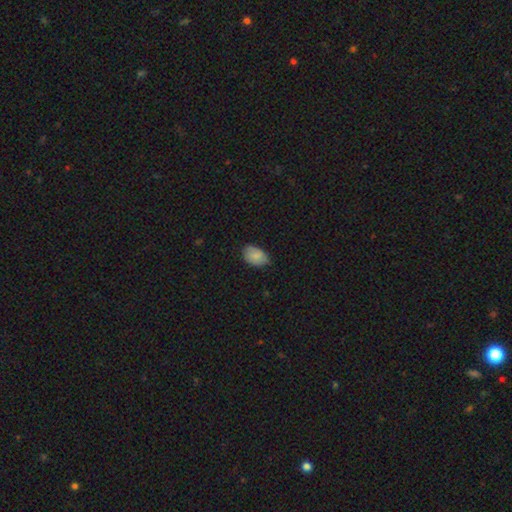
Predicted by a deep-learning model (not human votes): Smooth or featured: smooth — 83% (featured or disk — 10%)
How rounded: in between — 87% (round — 12%)
Merging: none — 70% (minor disturbance — 26%)